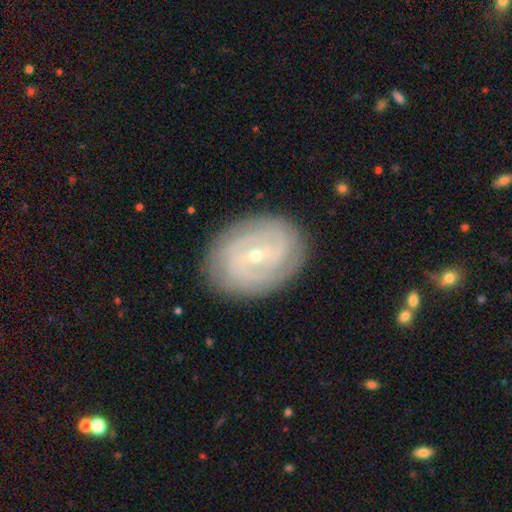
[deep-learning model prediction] smooth_or_featured: featured or disk (p=0.81) [alt: smooth p=0.14]
disk_edge_on: no (p=0.97) [alt: yes p=0.03]
bar: no (p=0.43) [alt: weak p=0.41]
has_spiral_arms: yes (p=0.89) [alt: no p=0.11]
spiral_winding: tight (p=0.72) [alt: medium p=0.22]
spiral_arm_count: 2 (p=0.38) [alt: can't tell p=0.33]
bulge_size: small (p=0.71) [alt: moderate p=0.26]
merging: none (p=0.85) [alt: minor disturbance p=0.11]